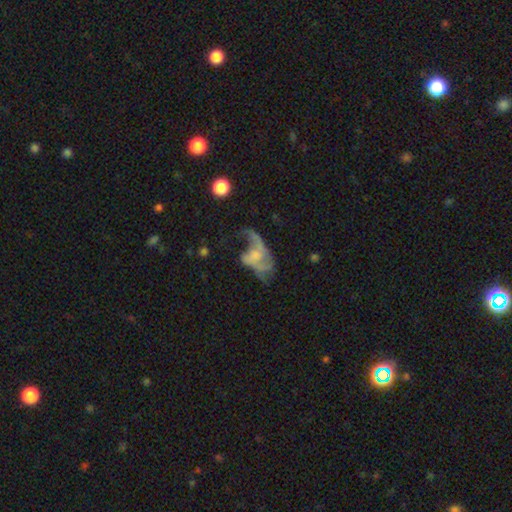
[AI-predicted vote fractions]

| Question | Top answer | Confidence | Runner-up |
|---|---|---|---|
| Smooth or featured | featured or disk | 67% | smooth (24%) |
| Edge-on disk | no | 96% | yes (4%) |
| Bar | no | 68% | weak (26%) |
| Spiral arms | yes | 68% | no (32%) |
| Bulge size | small | 40% | none (28%) |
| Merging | major disturbance | 53% | none (24%) |